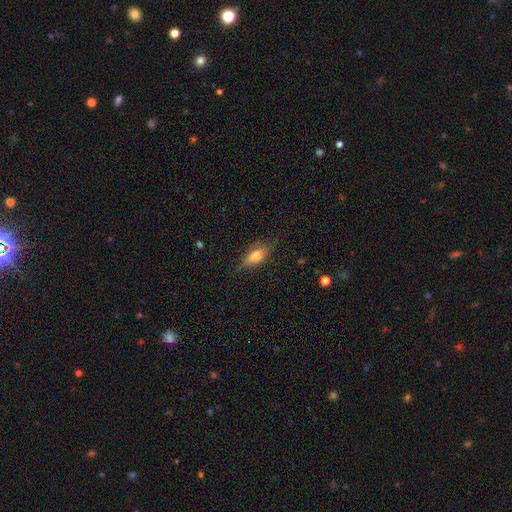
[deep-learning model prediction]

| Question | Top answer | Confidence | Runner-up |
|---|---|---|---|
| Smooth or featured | smooth | 59% | featured or disk (32%) |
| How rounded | in between | 75% | cigar-shaped (19%) |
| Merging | none | 69% | minor disturbance (22%) |